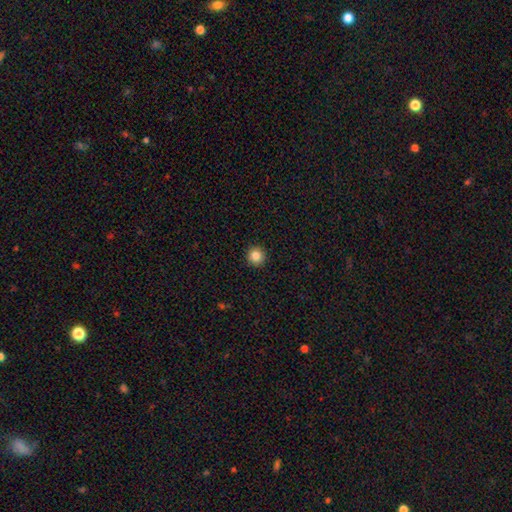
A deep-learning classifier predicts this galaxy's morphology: Smooth or featured: smooth — 85% (star or artifact — 10%)
How rounded: round — 95% (in between — 4%)
Merging: none — 93% (minor disturbance — 5%)